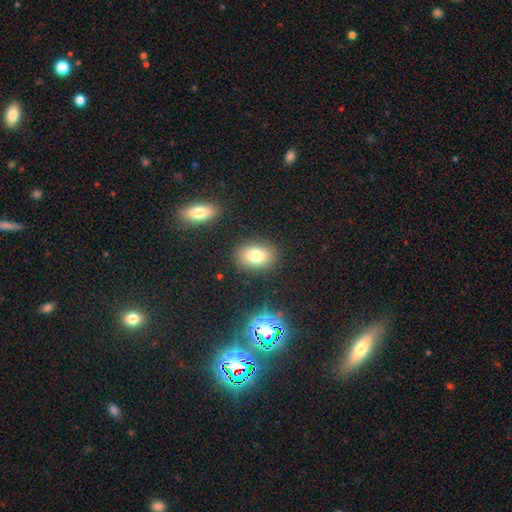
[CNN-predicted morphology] This appears to be a smooth galaxy with no disk features (78%) that is in between round and cigar-shaped (77%). Merging: none (85%).